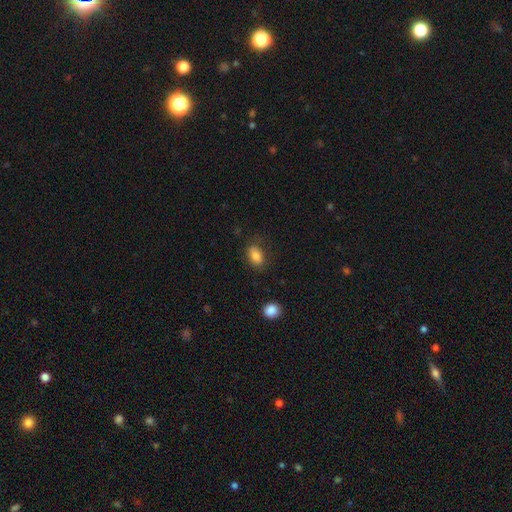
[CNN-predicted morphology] Smooth or featured?
  - smooth: 82% *
  - featured or disk: 9%
  - star or artifact: 9%
How rounded?
  - in between: 84% *
  - round: 14%
  - cigar-shaped: 2%
Merging?
  - none: 77% *
  - minor disturbance: 16%
  - major disturbance: 5%
  - merger: 2%